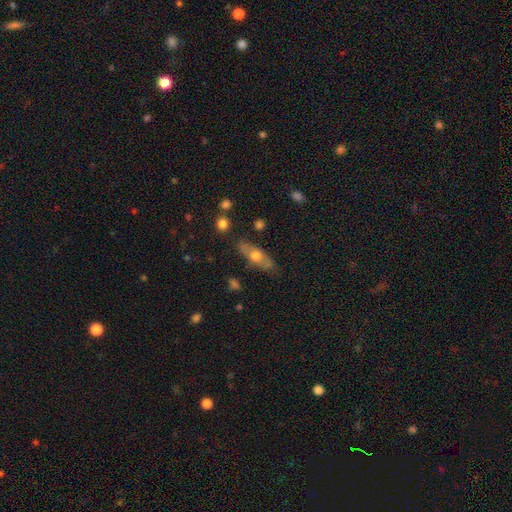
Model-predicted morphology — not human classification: smooth_or_featured: featured or disk (p=0.47) [alt: smooth p=0.46]
merging: none (p=0.80) [alt: minor disturbance p=0.15]